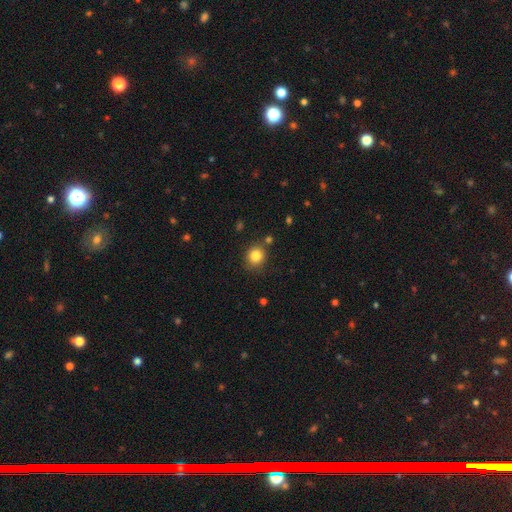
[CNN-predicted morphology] smooth_or_featured: smooth (p=0.84) [alt: star or artifact p=0.11]
how_rounded: round (p=0.83) [alt: in between p=0.16]
merging: none (p=0.81) [alt: minor disturbance p=0.11]